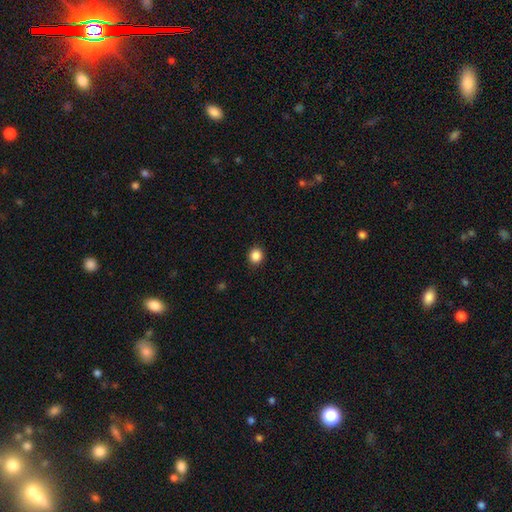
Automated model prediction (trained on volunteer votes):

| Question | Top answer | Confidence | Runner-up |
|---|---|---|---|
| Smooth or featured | smooth | 87% | star or artifact (10%) |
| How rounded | round | 83% | in between (16%) |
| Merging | none | 90% | minor disturbance (7%) |